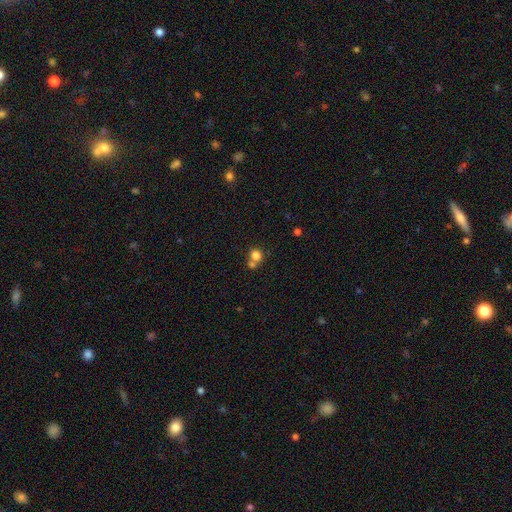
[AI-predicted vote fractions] smooth_or_featured: smooth (p=0.79) [alt: star or artifact p=0.12]
how_rounded: round (p=0.79) [alt: in between p=0.20]
merging: merger (p=0.45) [alt: none p=0.44]